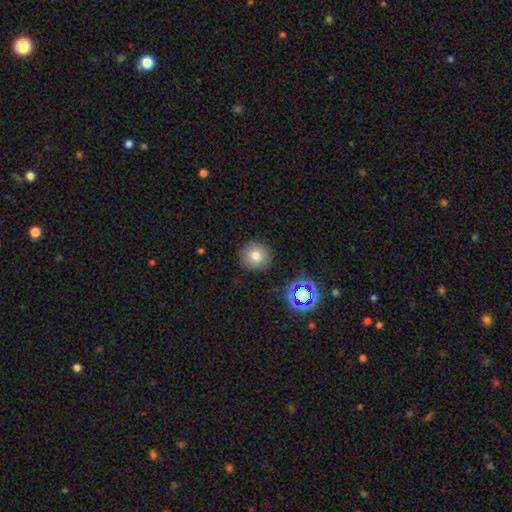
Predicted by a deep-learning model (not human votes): smooth_or_featured: smooth (p=0.76) [alt: star or artifact p=0.15]
how_rounded: round (p=0.93) [alt: in between p=0.06]
merging: none (p=0.90) [alt: minor disturbance p=0.06]